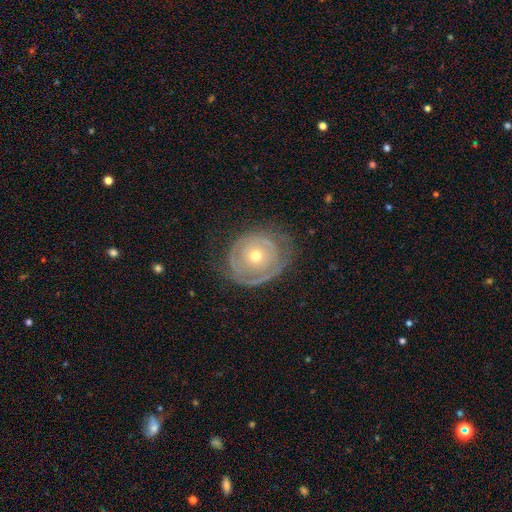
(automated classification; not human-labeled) Smooth or featured? Predicted: featured or disk (p=0.74). Edge-on disk? Predicted: no (p=0.96). Bar? Predicted: no (p=0.86). Spiral arms? Predicted: yes (p=0.66). Bulge size? Predicted: moderate (p=0.51). Merging? Predicted: none (p=0.69).